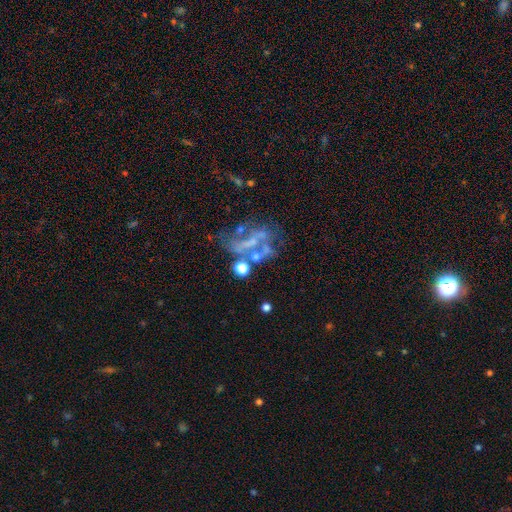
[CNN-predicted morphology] A star or artifact, not a galaxy (47%).